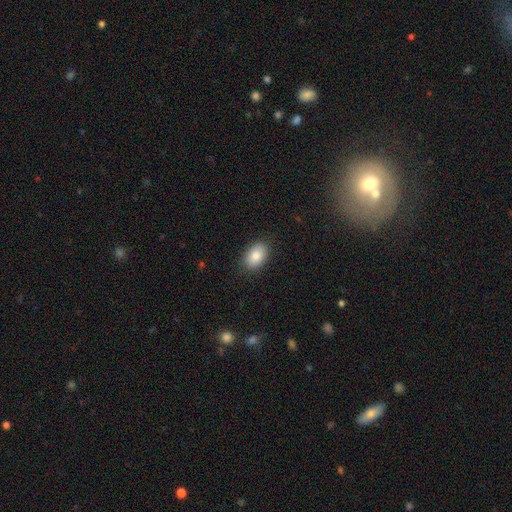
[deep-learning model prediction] Morphology: type=smooth (85%); roundness=in between (87%); merging=none (88%).